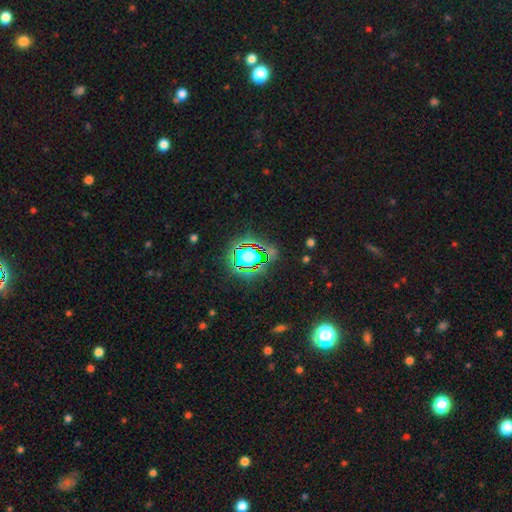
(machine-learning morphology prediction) A star or artifact, not a galaxy (76%).